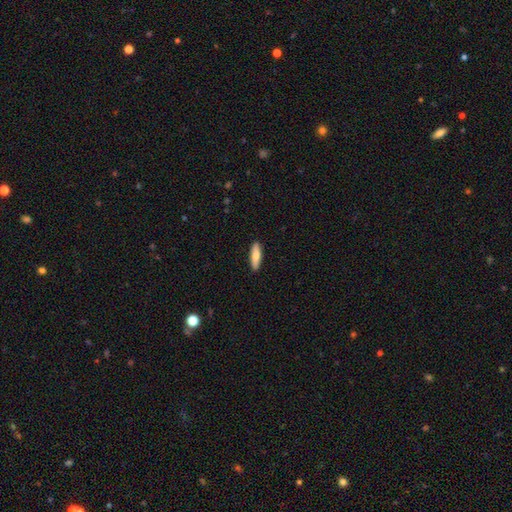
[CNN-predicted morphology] This appears to be a smooth galaxy with no disk features (78%) that is cigar-shaped (60%). Merging: none (90%).